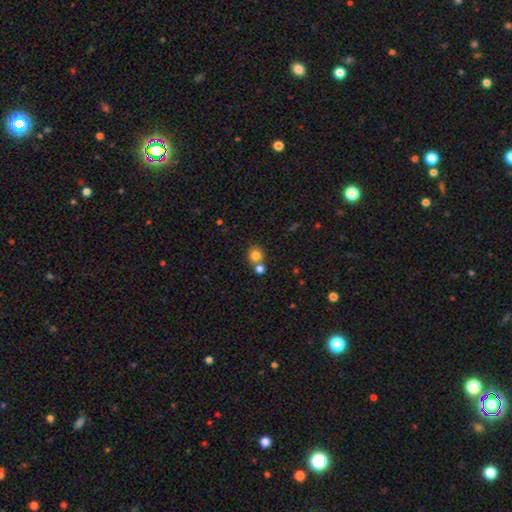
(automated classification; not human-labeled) Smooth or featured: smooth — 80% (star or artifact — 11%)
How rounded: round — 85% (in between — 14%)
Merging: none — 56% (merger — 33%)